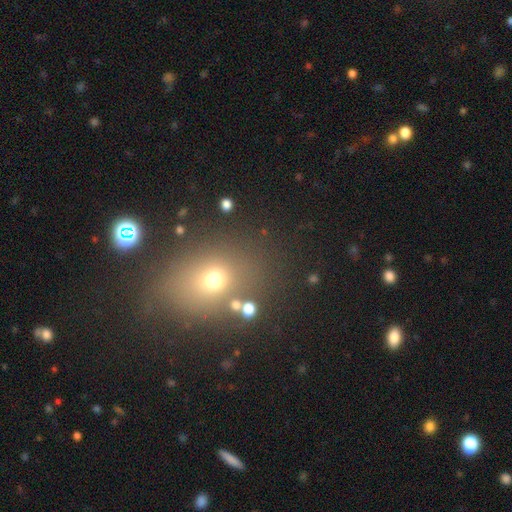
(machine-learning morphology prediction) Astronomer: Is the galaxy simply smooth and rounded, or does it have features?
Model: smooth — 55% (runner-up: star or artifact, 31%).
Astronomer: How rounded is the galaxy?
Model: in between — 53% (runner-up: round, 45%).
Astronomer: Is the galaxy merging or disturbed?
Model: none — 79%.